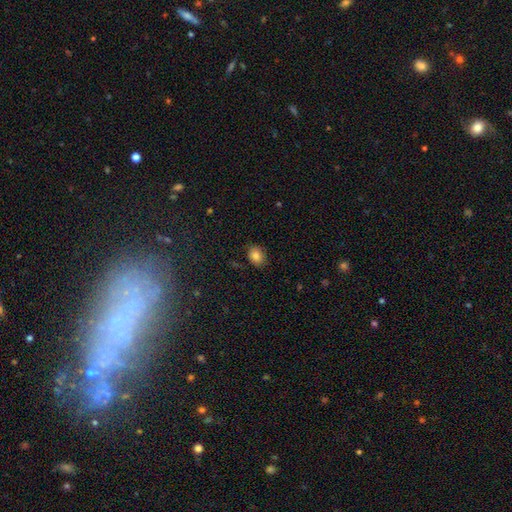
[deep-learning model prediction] Q: Smooth or featured?
A: smooth (84%); runner-up: star or artifact (9%)
Q: How rounded?
A: in between (62%); runner-up: round (37%)
Q: Merging?
A: none (85%); runner-up: minor disturbance (12%)